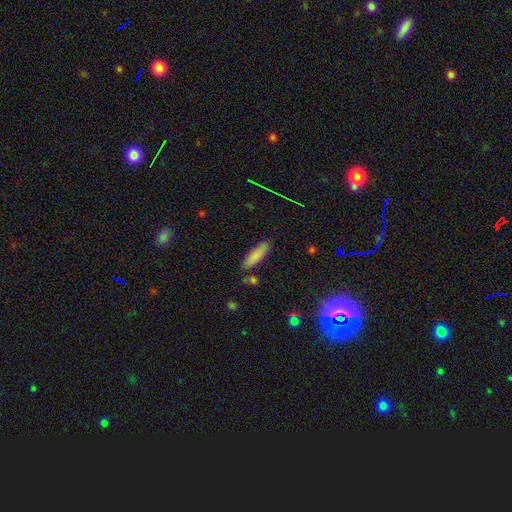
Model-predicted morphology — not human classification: A smooth galaxy with no disk features (84%) that is cigar-shaped (57%).

Vote fractions:
- Smooth or featured? smooth: 84% / star or artifact: 8% / featured or disk: 8%
- How rounded? cigar-shaped: 57% / in between: 42% / round: 2%
- Merging? none: 81% / minor disturbance: 13% / merger: 3% / major disturbance: 3%